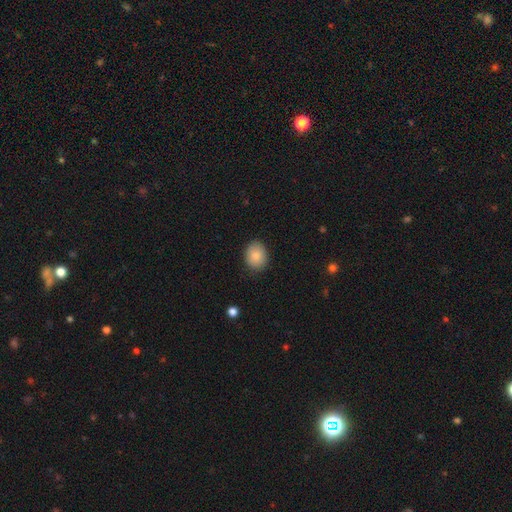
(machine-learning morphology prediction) Smooth or featured? Predicted: smooth (p=0.85). How rounded? Predicted: in between (p=0.51). Merging? Predicted: none (p=0.85).